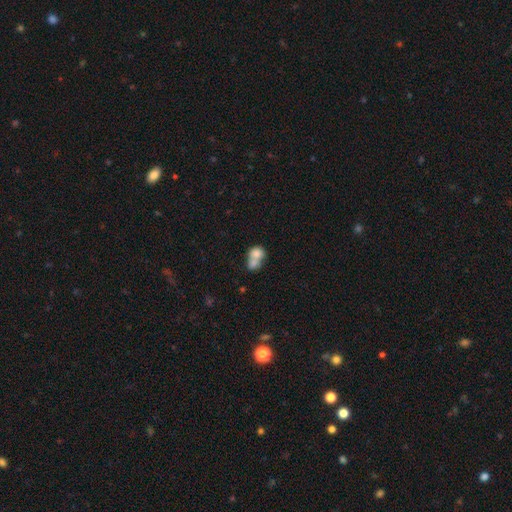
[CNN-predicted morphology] Overall: smooth (74%). How rounded: round (54%; in between 45%). Merging: merger (73%).